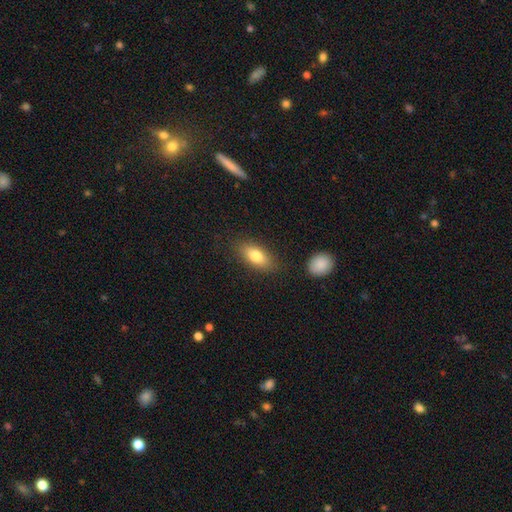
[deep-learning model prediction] Smooth or featured? smooth (80%)
How rounded? in between (84%)
Merging? none (81%)